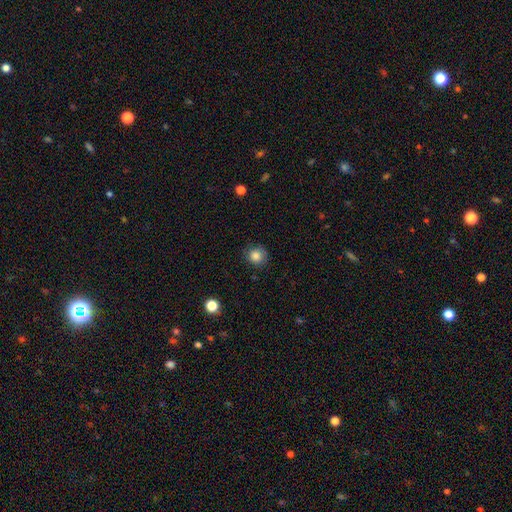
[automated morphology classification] Smooth or featured: smooth — 85% (star or artifact — 10%)
How rounded: round — 88% (in between — 11%)
Merging: none — 82% (minor disturbance — 13%)